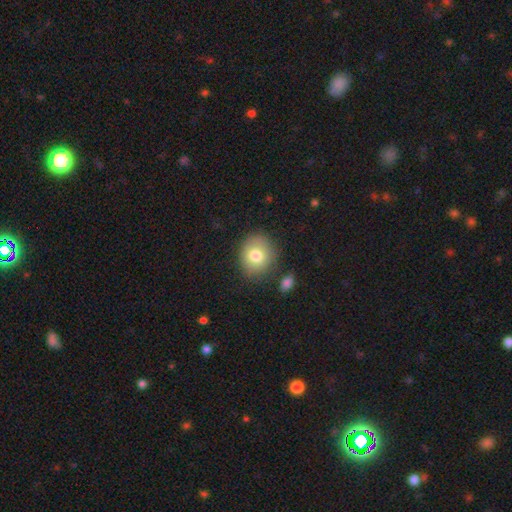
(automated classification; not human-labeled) Smooth or featured? smooth (78%)
How rounded? round (73%)
Merging? none (79%)